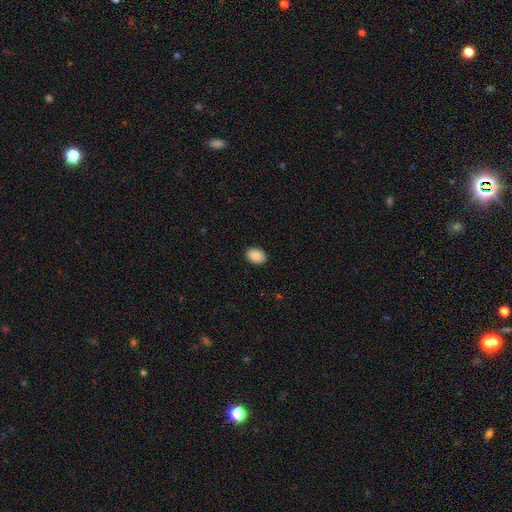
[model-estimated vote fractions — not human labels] smooth-or-featured: smooth: 88% | star or artifact: 7% | featured or disk: 4%
  how-rounded: in between: 79% | round: 20% | cigar-shaped: 1%
  merging: none: 89% | minor disturbance: 8% | major disturbance: 2% | merger: 1%